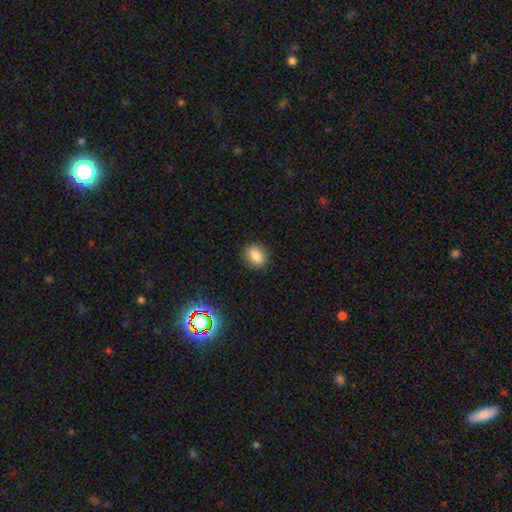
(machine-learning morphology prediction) The model was most divided on "how rounded": in between: 50%, round: 49%, cigar-shaped: 1%. More confident: merging — none (88%); smooth or featured — smooth (84%).